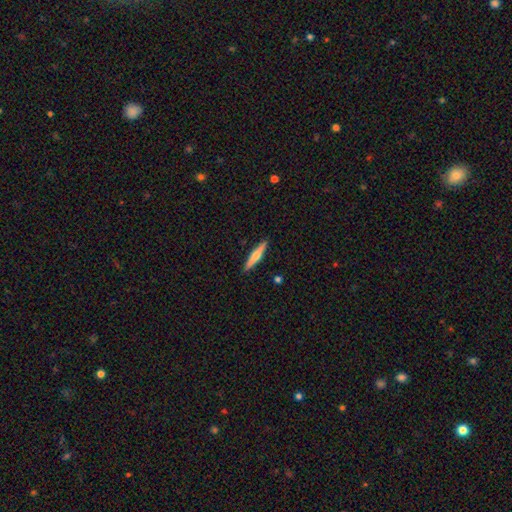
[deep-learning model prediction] Smooth or featured? Predicted: featured or disk (p=0.48). Merging? Predicted: none (p=0.91).